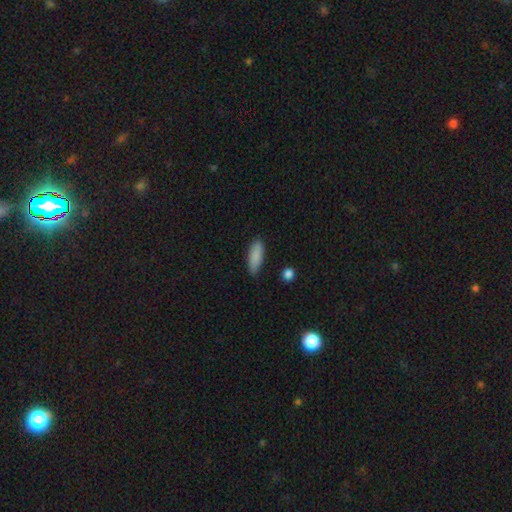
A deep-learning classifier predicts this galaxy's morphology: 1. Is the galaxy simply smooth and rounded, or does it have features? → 85% smooth, 8% featured or disk, 7% star or artifact.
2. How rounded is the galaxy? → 68% in between, 30% cigar-shaped, 2% round.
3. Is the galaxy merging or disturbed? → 76% none, 19% minor disturbance, 3% major disturbance, 2% merger.